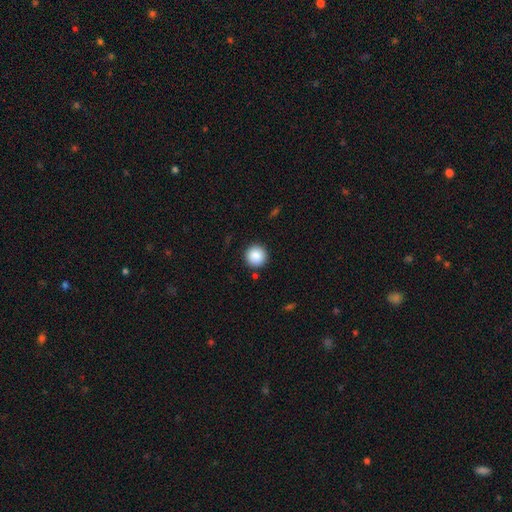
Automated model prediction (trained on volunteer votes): Smooth or featured? Predicted: smooth (p=0.88). How rounded? Predicted: round (p=0.95). Merging? Predicted: none (p=0.90).